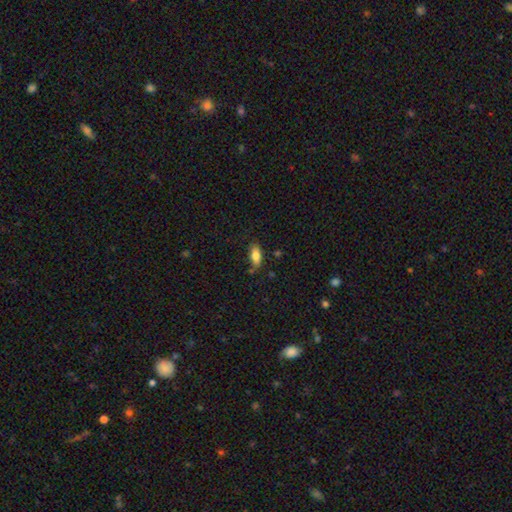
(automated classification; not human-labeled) Smooth or featured: smooth — 80% (featured or disk — 13%)
How rounded: in between — 84% (cigar-shaped — 14%)
Merging: none — 76% (minor disturbance — 16%)